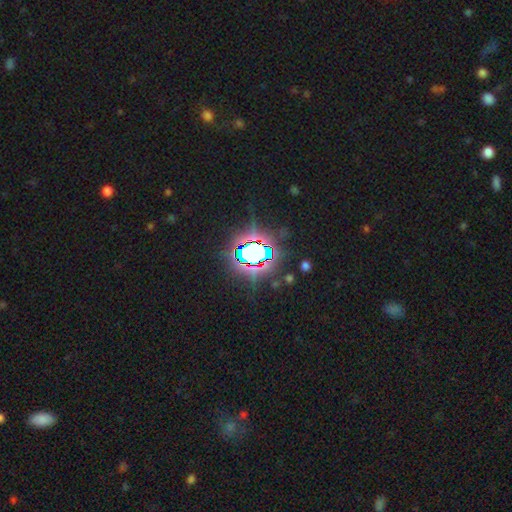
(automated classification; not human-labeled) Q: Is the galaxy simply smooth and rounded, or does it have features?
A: star or artifact — 79%.